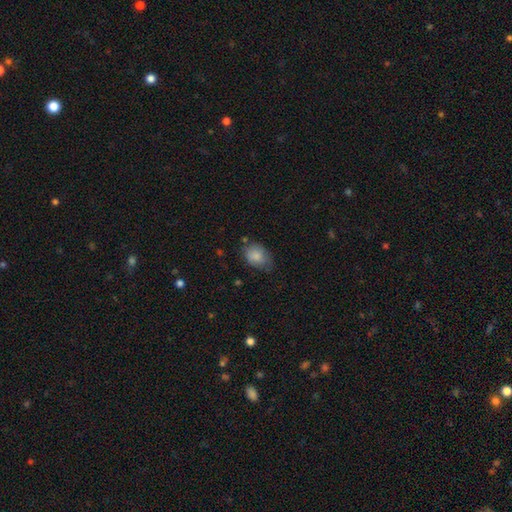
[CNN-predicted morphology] smooth-or-featured: smooth: 84% | featured or disk: 8% | star or artifact: 7%
  how-rounded: in between: 73% | round: 26% | cigar-shaped: 1%
  merging: none: 58% | minor disturbance: 32% | major disturbance: 7% | merger: 3%